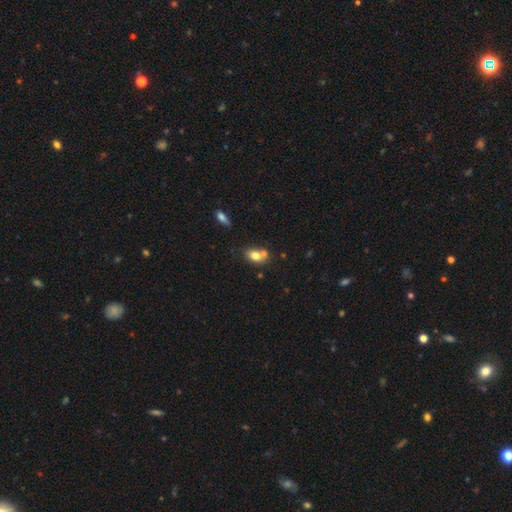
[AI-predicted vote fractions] Smooth or featured? Predicted: smooth (p=0.75). How rounded? Predicted: in between (p=0.72). Merging? Predicted: none (p=0.42).